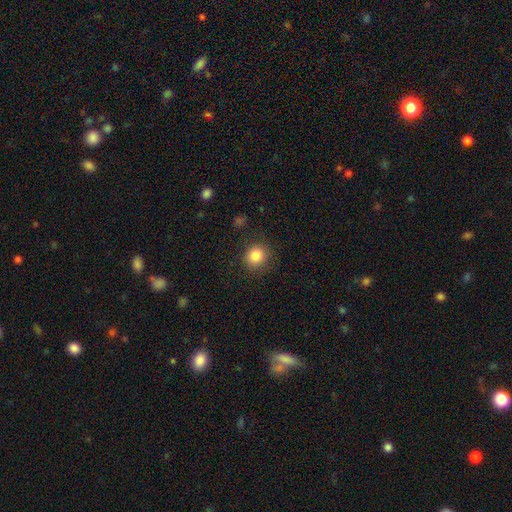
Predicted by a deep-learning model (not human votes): Smooth or featured: smooth — 83% (star or artifact — 10%)
How rounded: round — 87% (in between — 12%)
Merging: none — 86% (minor disturbance — 9%)